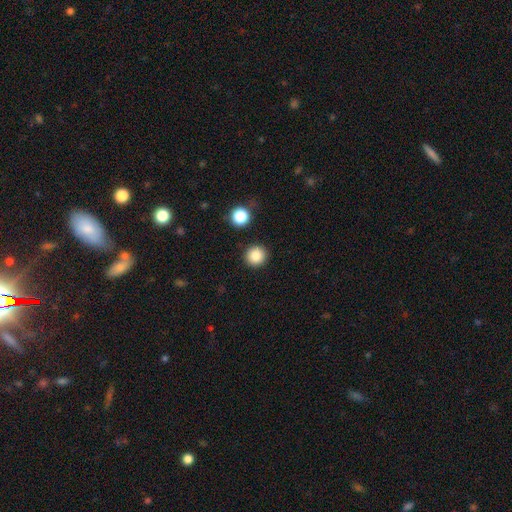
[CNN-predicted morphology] Smooth or featured? smooth (84%)
How rounded? round (93%)
Merging? none (90%)